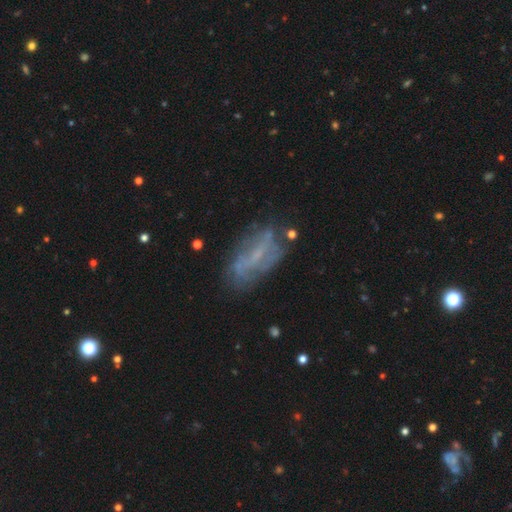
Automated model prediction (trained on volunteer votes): Smooth or featured? Predicted: featured or disk (p=0.60). Edge-on disk? Predicted: no (p=0.87). Bar? Predicted: weak (p=0.40). Spiral arms? Predicted: yes (p=0.52). Bulge size? Predicted: small (p=0.50). Merging? Predicted: none (p=0.63).